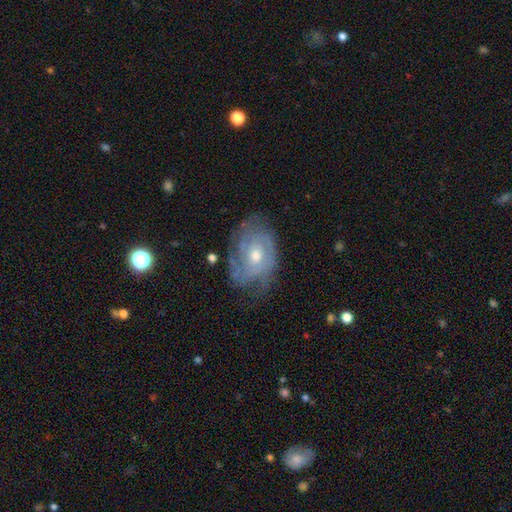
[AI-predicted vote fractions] Morphology: type=featured or disk (79%); edge-on=no (96%); bar=no (75%); spiral arms=yes (87%); winding=tight (63%); arm count=can't tell (46%); bulge=moderate (52%); merging=none (63%).